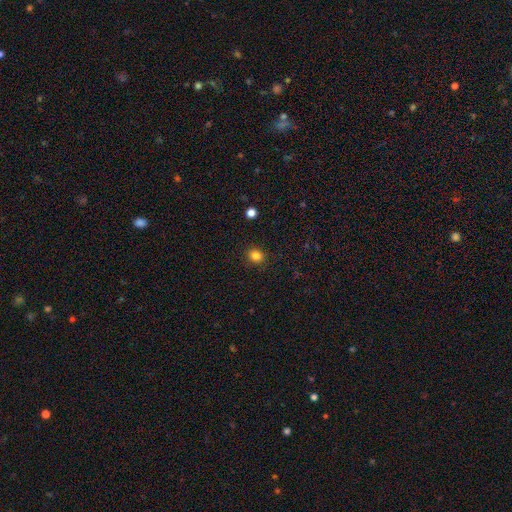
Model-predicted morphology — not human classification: smooth_or_featured: smooth (p=0.83) [alt: star or artifact p=0.12]
how_rounded: round (p=0.74) [alt: in between p=0.25]
merging: none (p=0.89) [alt: minor disturbance p=0.07]